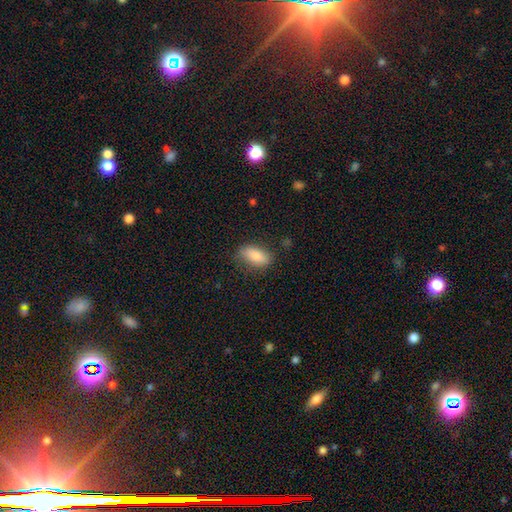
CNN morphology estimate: smooth-or-featured: smooth: 83% | featured or disk: 10% | star or artifact: 7%
  how-rounded: in between: 86% | cigar-shaped: 10% | round: 3%
  merging: none: 77% | minor disturbance: 17% | major disturbance: 4% | merger: 1%